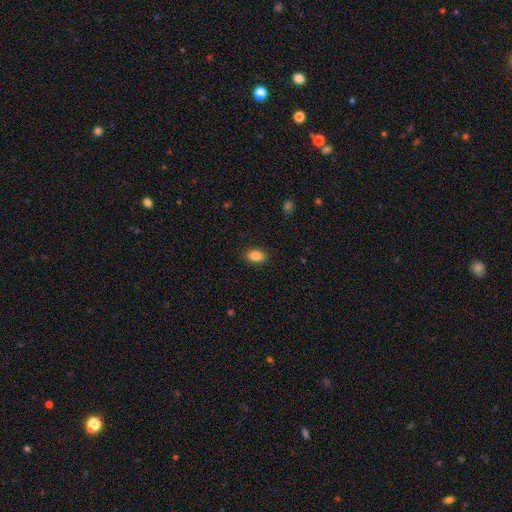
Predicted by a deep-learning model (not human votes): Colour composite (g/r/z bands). It shows a smooth galaxy with no disk features (86%) that is in between round and cigar-shaped (88%). Merging: none (88%).